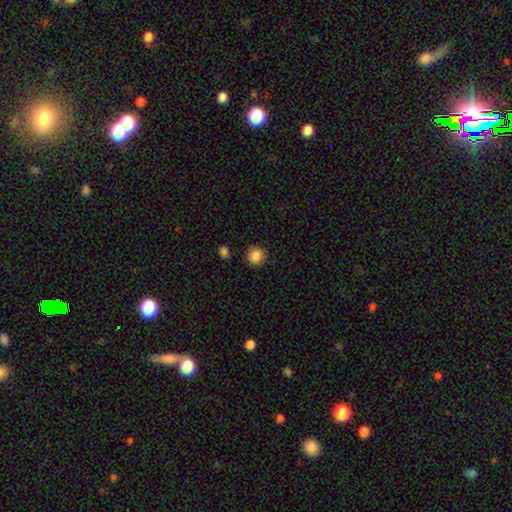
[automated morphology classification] smooth 87%, star or artifact 9%, featured or disk 4%. Down the decision tree: how rounded — round (93%); merging — none (87%).